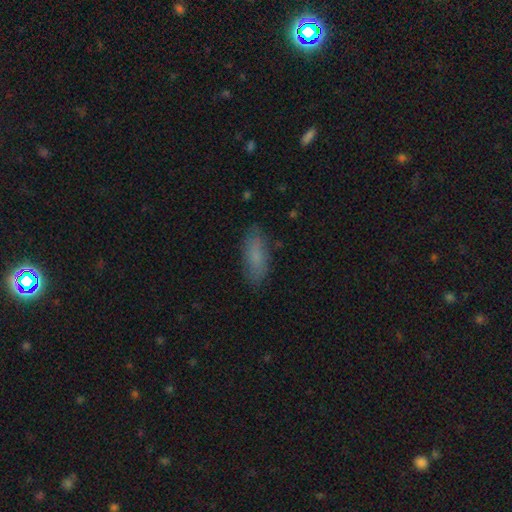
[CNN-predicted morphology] Q: Smooth or featured?
A: smooth (80%); runner-up: featured or disk (12%)
Q: How rounded?
A: in between (70%); runner-up: cigar-shaped (28%)
Q: Merging?
A: none (82%); runner-up: minor disturbance (13%)